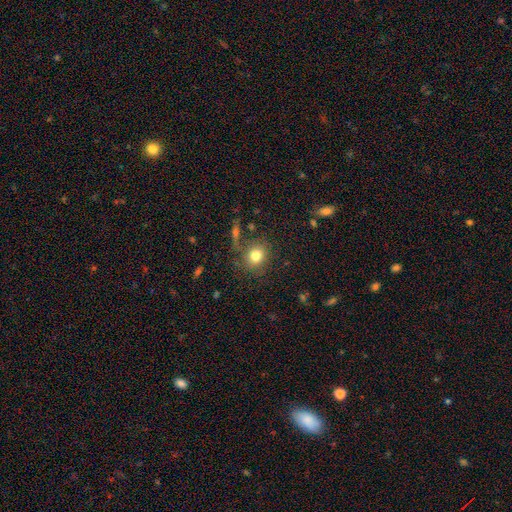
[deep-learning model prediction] smooth-or-featured: smooth: 79% | star or artifact: 12% | featured or disk: 9%
  how-rounded: round: 74% | in between: 25% | cigar-shaped: 1%
  merging: none: 78% | minor disturbance: 12% | merger: 6% | major disturbance: 5%